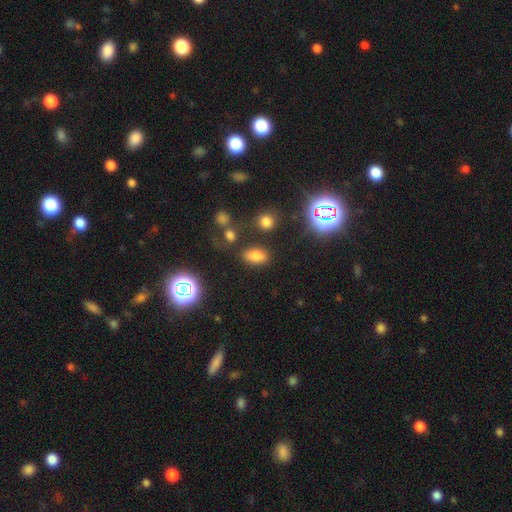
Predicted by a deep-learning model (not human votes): The model was most divided on "smooth or featured": smooth: 76%, star or artifact: 17%, featured or disk: 7%. More confident: how rounded — in between (88%); merging — none (81%).